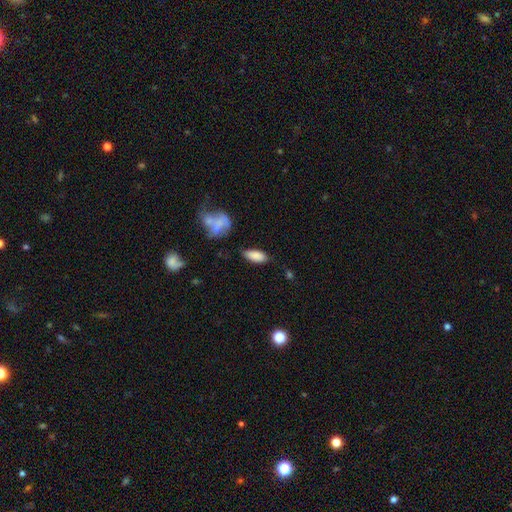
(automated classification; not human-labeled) smooth 85%, featured or disk 8%, star or artifact 8%. Down the decision tree: how rounded — in between (83%); merging — none (74%).